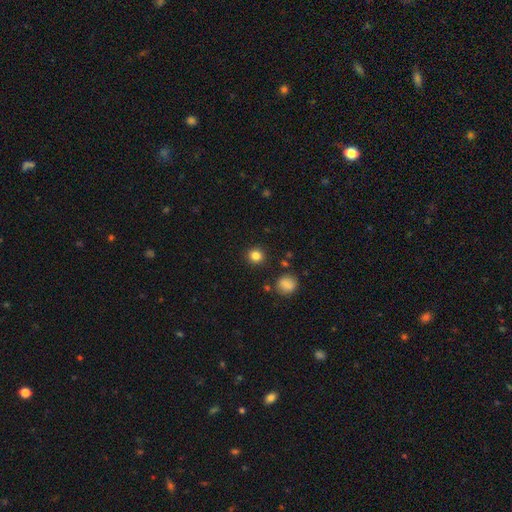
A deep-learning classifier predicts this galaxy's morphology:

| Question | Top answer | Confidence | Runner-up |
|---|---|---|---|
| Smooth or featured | smooth | 83% | star or artifact (12%) |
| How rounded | round | 91% | in between (8%) |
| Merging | none | 90% | minor disturbance (6%) |